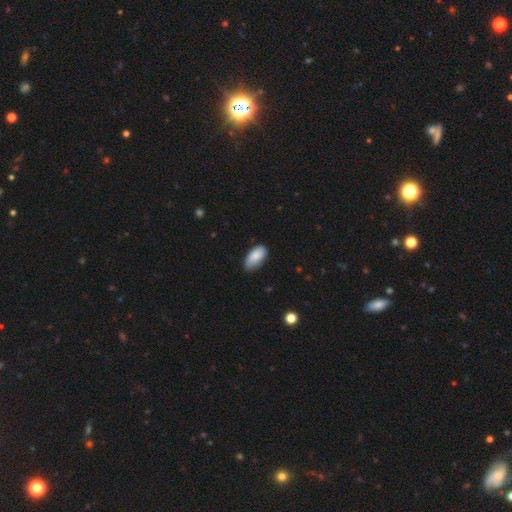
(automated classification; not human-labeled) Overall: smooth (86%). How rounded: in between (94%). Merging: none (72%).